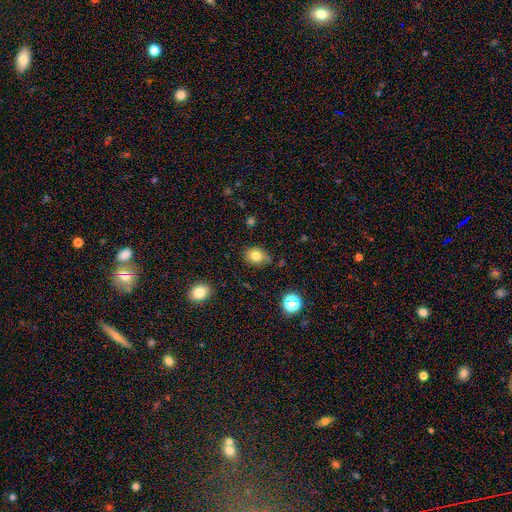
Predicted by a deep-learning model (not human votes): This is likely a smooth galaxy (79%). How rounded: possibly round (51%). Merging: likely none (71%).